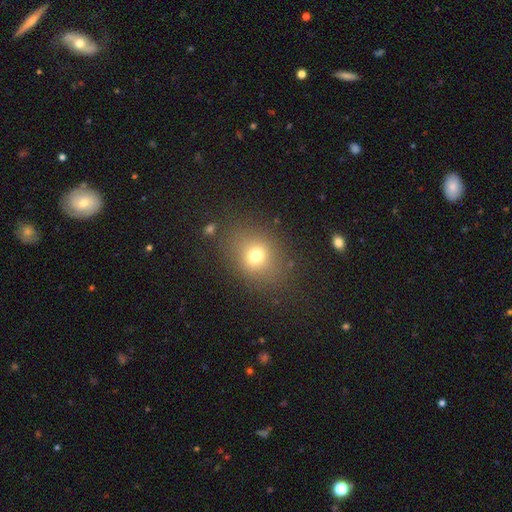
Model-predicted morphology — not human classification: smooth-or-featured: smooth: 71% | star or artifact: 16% | featured or disk: 13%
  how-rounded: round: 53% | in between: 45% | cigar-shaped: 1%
  merging: none: 78% | minor disturbance: 13% | major disturbance: 6% | merger: 3%